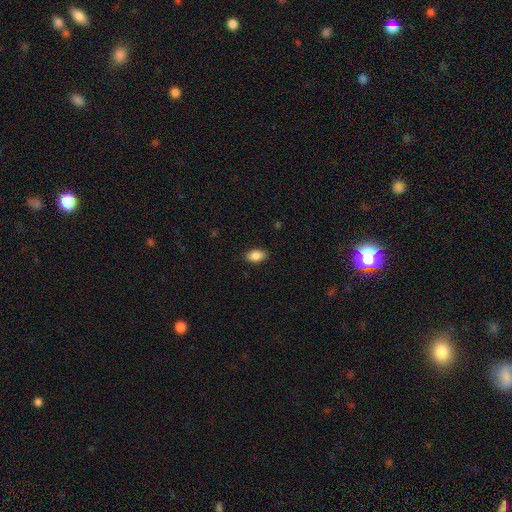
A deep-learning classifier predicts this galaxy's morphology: Overall: smooth (88%). How rounded: in between (90%). Merging: none (87%).